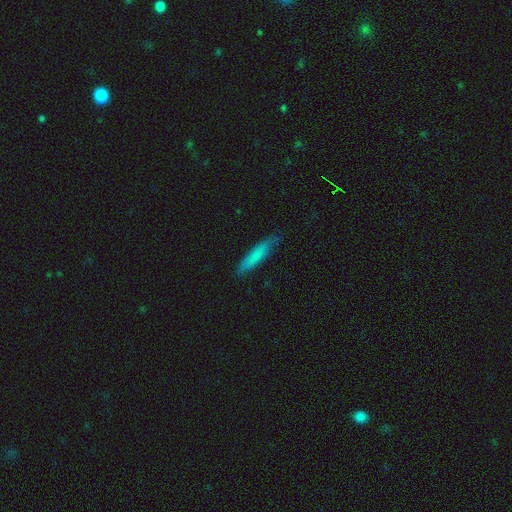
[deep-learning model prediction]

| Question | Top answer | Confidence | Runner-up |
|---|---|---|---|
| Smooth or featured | smooth | 75% | featured or disk (19%) |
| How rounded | cigar-shaped | 88% | in between (11%) |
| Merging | none | 81% | minor disturbance (15%) |